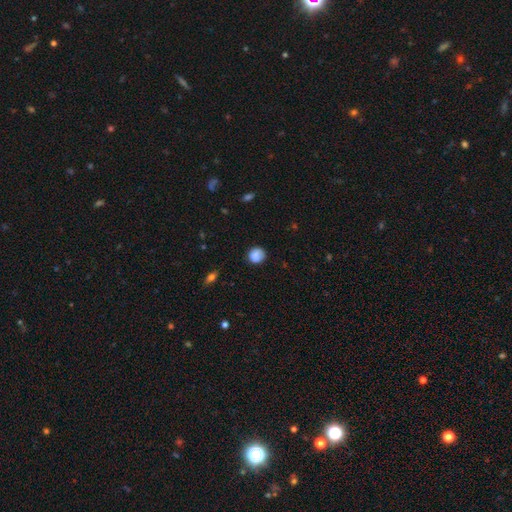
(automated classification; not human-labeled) smooth-or-featured: smooth: 85% | star or artifact: 9% | featured or disk: 7%
  how-rounded: round: 86% | in between: 13% | cigar-shaped: 1%
  merging: none: 76% | minor disturbance: 18% | major disturbance: 5% | merger: 2%